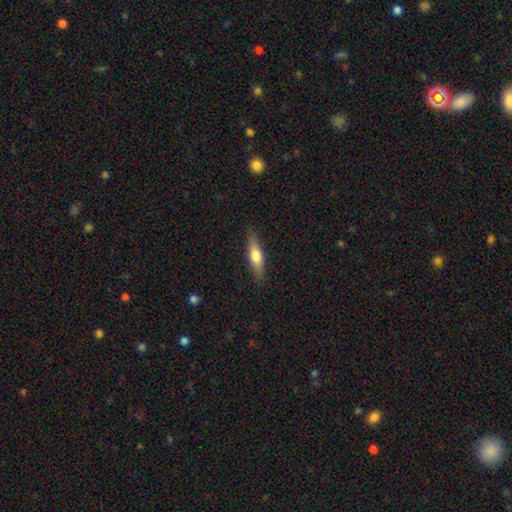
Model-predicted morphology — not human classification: The model was most divided on "smooth or featured": smooth: 57%, featured or disk: 37%, star or artifact: 6%. More confident: merging — none (86%); how rounded — cigar-shaped (65%).